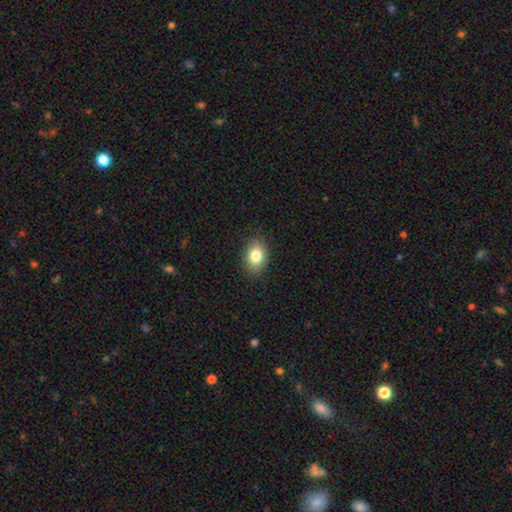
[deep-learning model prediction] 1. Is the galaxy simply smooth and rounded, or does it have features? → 82% smooth, 9% featured or disk, 9% star or artifact.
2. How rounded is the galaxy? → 77% in between, 22% round, 1% cigar-shaped.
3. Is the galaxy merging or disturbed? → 86% none, 10% minor disturbance, 3% major disturbance, 1% merger.